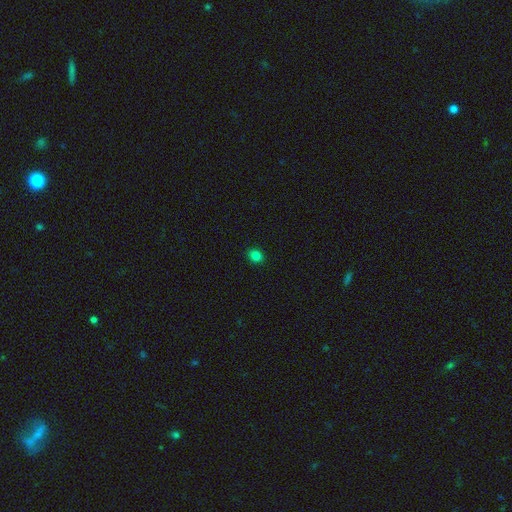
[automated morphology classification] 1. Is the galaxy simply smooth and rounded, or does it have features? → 82% smooth, 14% star or artifact, 4% featured or disk.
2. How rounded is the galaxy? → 60% round, 39% in between, 1% cigar-shaped.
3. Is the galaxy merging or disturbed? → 91% none, 7% minor disturbance, 2% major disturbance, 1% merger.